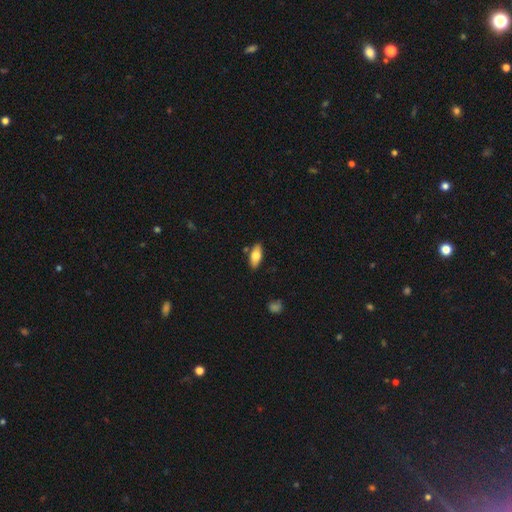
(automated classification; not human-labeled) Morphology: type=smooth (73%); roundness=in between (85%); merging=none (82%).